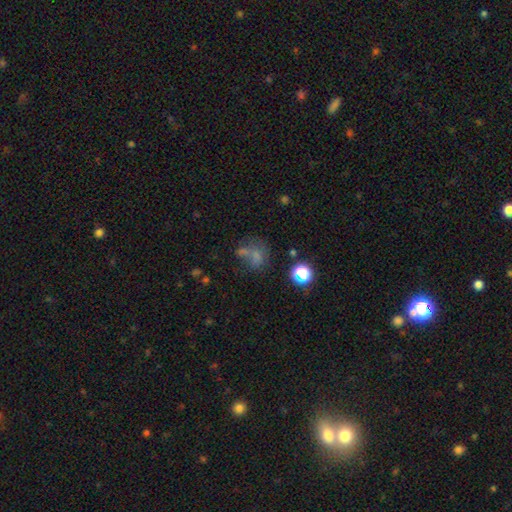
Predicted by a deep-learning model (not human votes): Smooth or featured: smooth — 57% (star or artifact — 24%)
How rounded: round — 52% (in between — 46%)
Merging: none — 36% (merger — 27%)